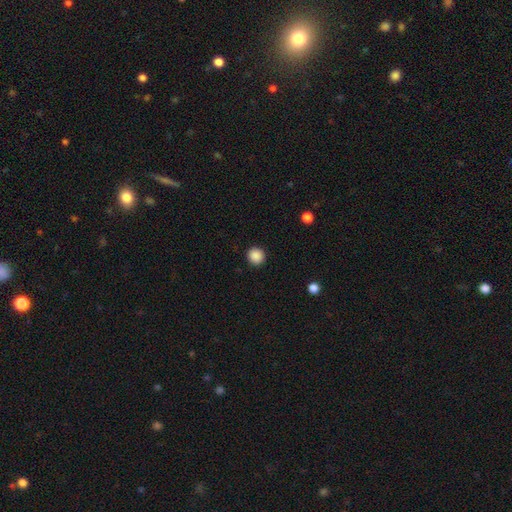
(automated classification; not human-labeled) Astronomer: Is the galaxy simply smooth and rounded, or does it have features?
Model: smooth — 88%.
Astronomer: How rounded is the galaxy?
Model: round — 94%.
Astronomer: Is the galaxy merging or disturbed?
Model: none — 93%.